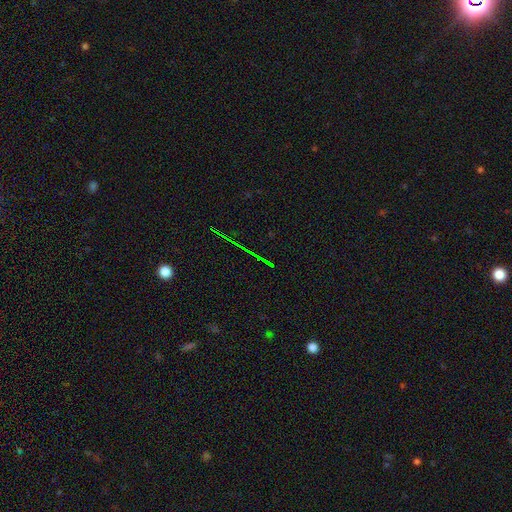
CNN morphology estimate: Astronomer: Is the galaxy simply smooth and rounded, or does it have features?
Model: star or artifact — 71%.